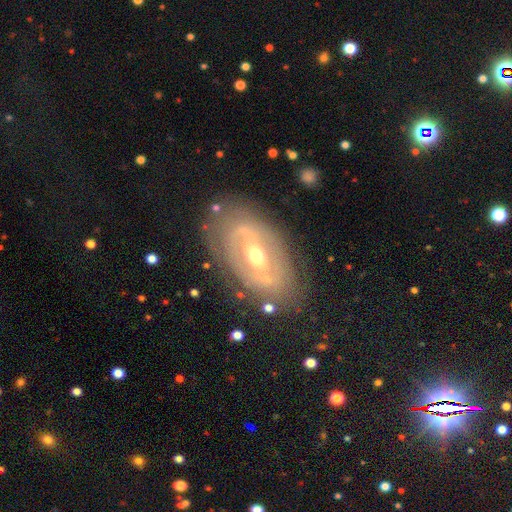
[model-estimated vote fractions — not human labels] Morphology: type=featured or disk (74%); edge-on=no (92%); bar=no (42%); spiral arms=no (53%); bulge=moderate (72%); merging=none (75%).